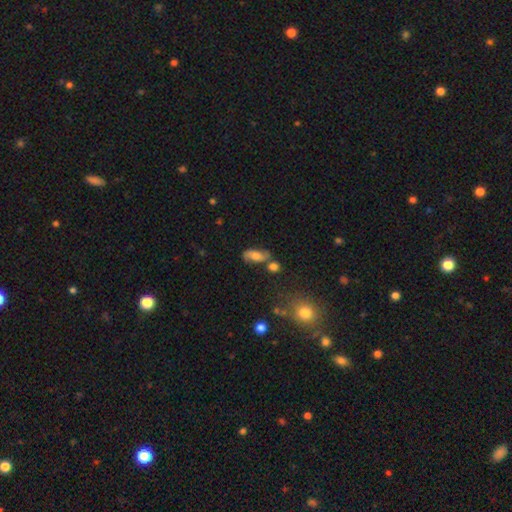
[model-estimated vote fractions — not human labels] Smooth or featured: featured or disk — 52% (smooth — 39%)
Edge-on disk: no — 90% (yes — 10%)
Merging: none — 62% (minor disturbance — 18%)